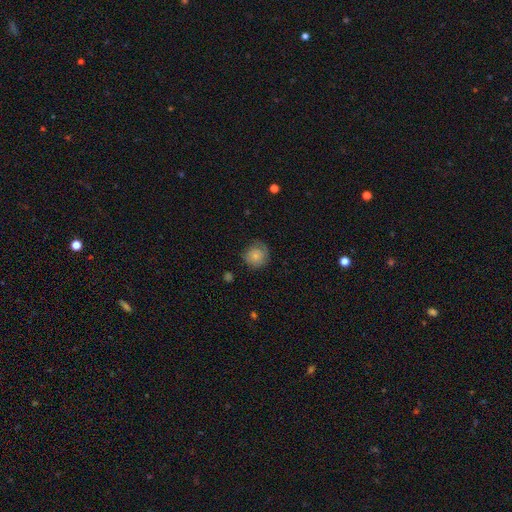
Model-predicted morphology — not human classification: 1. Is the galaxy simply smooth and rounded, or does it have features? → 72% smooth, 20% featured or disk, 8% star or artifact.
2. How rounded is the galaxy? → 89% round, 10% in between, 1% cigar-shaped.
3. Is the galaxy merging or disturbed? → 68% none, 23% minor disturbance, 8% major disturbance, 1% merger.